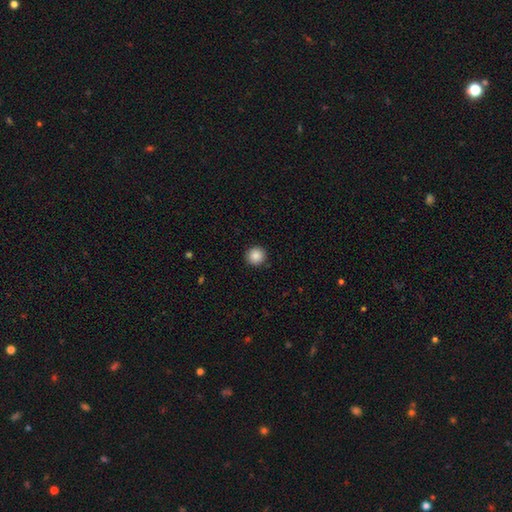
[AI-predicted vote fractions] Smooth or featured? smooth (88%)
How rounded? round (95%)
Merging? none (92%)